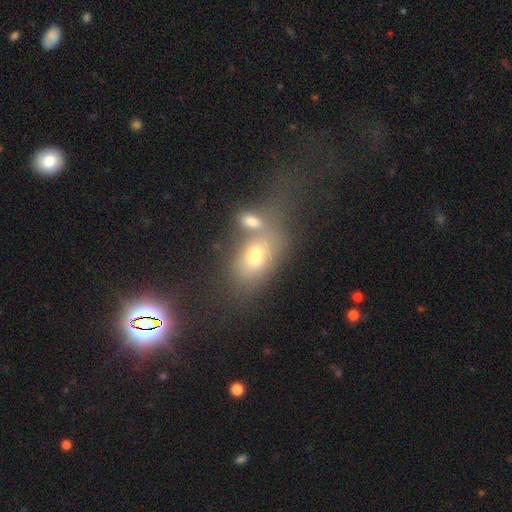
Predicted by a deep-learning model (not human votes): smooth_or_featured: smooth (p=0.66) [alt: featured or disk p=0.21]
how_rounded: in between (p=0.80) [alt: round p=0.17]
merging: merger (p=0.44) [alt: none p=0.34]